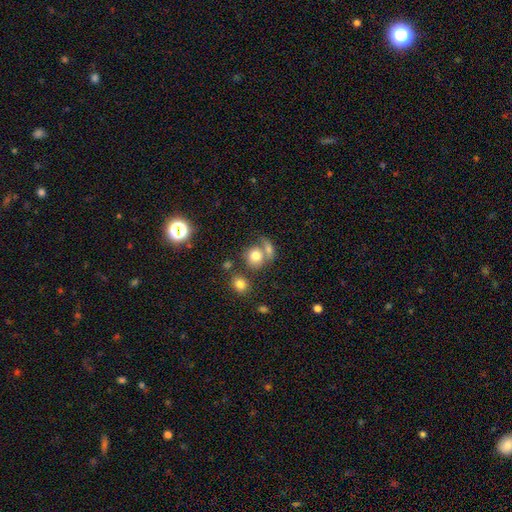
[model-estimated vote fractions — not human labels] This is likely a smooth galaxy (75%). How rounded: likely round (73%). Merging: marginally merger (42%).